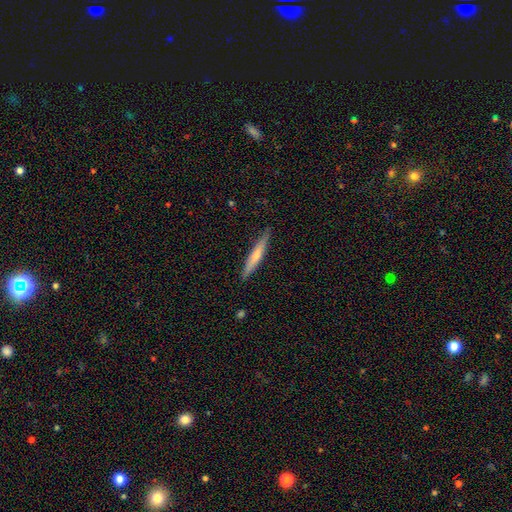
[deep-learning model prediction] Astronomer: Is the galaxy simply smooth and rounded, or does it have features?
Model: smooth — 52% (runner-up: featured or disk, 43%).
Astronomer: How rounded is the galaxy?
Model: cigar-shaped — 94%.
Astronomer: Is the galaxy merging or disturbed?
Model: none — 89%.